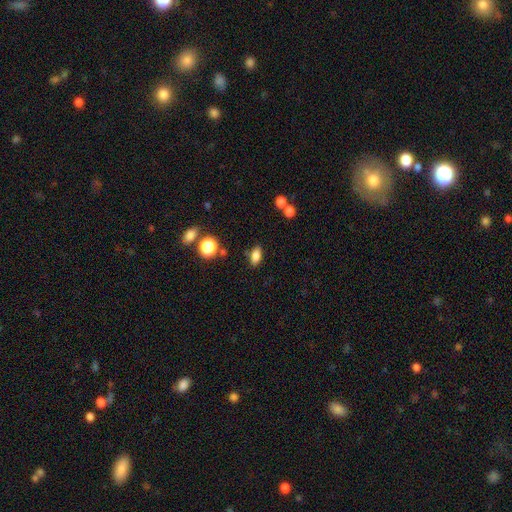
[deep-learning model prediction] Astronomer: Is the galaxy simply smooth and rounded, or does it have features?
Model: smooth — 82%.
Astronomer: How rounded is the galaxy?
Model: in between — 84%.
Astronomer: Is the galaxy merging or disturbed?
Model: none — 83%.